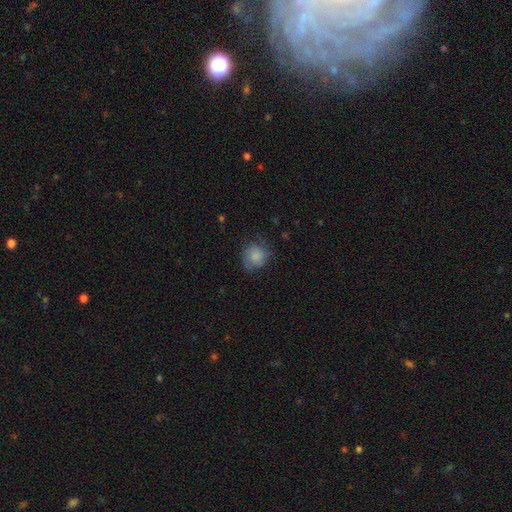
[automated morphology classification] type=smooth (80%); roundness=round (80%); merging=none (62%).